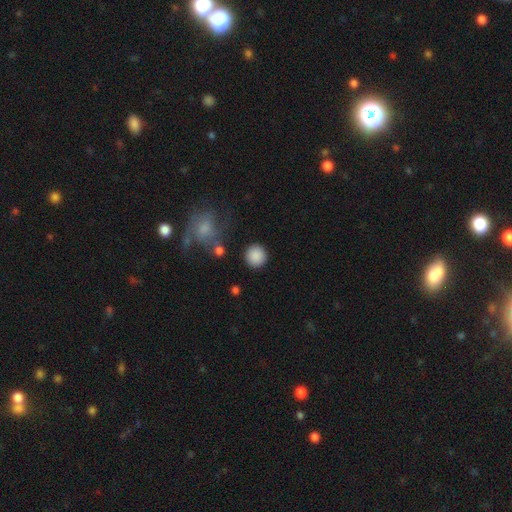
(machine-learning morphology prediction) Smooth or featured?
  - smooth: 88% *
  - star or artifact: 8%
  - featured or disk: 4%
How rounded?
  - round: 94% *
  - in between: 5%
  - cigar-shaped: 1%
Merging?
  - none: 88% *
  - minor disturbance: 6%
  - major disturbance: 3%
  - merger: 3%